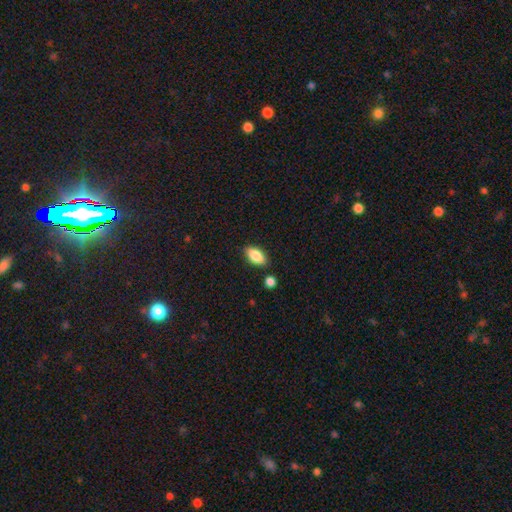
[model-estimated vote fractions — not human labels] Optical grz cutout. It shows a smooth galaxy with no disk features (85%) that is in between round and cigar-shaped (92%). Merging: none (84%).